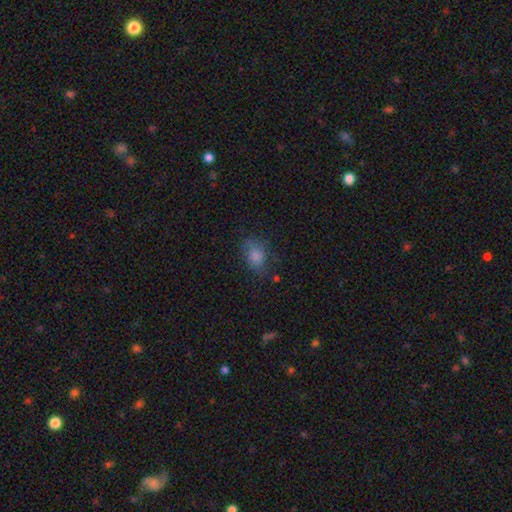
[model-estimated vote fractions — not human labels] smooth 72%, star or artifact 15%, featured or disk 13%. Down the decision tree: how rounded — in between (71%); merging — none (68%).